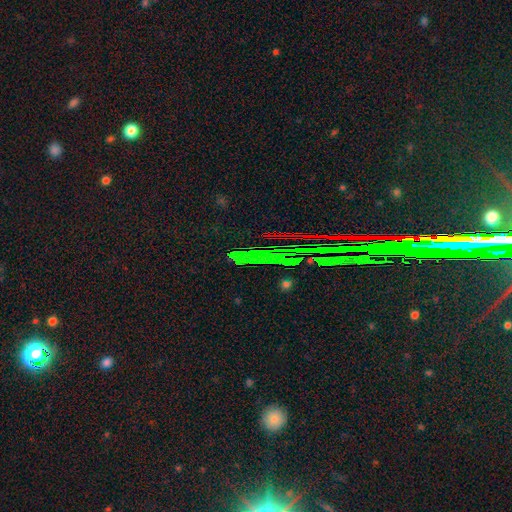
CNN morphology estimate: smooth-or-featured: star or artifact: 80% | smooth: 10% | featured or disk: 10%